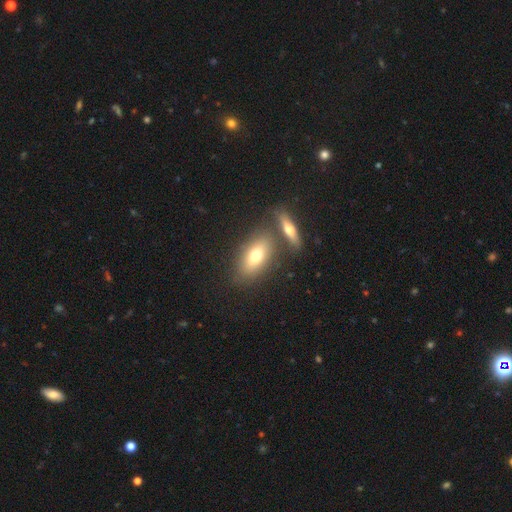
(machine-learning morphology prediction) A smooth galaxy with no disk features (67%) that is in between round and cigar-shaped (80%).

Vote fractions:
- Smooth or featured? smooth: 67% / featured or disk: 25% / star or artifact: 9%
- How rounded? in between: 80% / cigar-shaped: 14% / round: 6%
- Merging? none: 65% / merger: 21% / minor disturbance: 11% / major disturbance: 4%